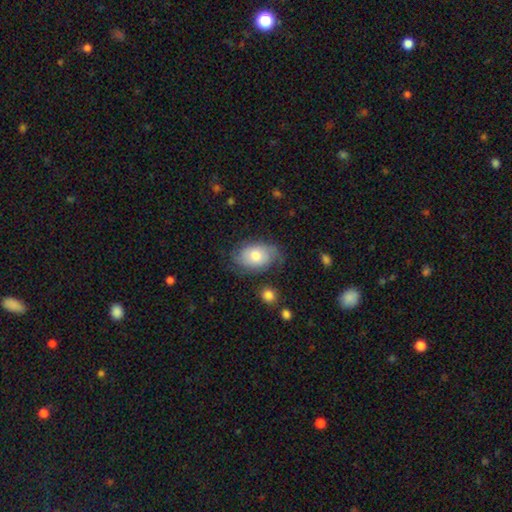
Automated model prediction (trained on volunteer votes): Smooth or featured? Predicted: smooth (p=0.49). Merging? Predicted: none (p=0.61).